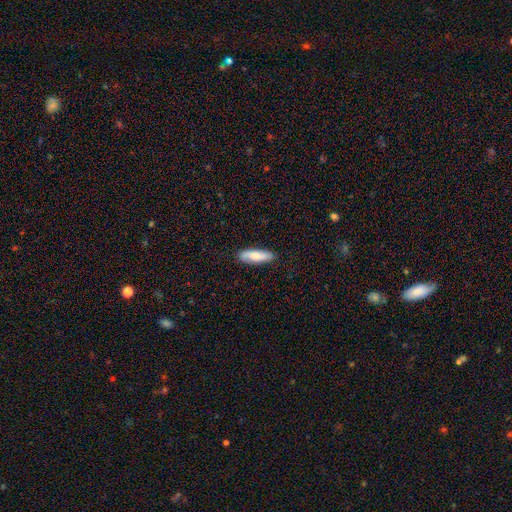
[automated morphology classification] smooth-or-featured: smooth: 73% | featured or disk: 22% | star or artifact: 6%
  how-rounded: cigar-shaped: 53% | in between: 45% | round: 2%
  merging: none: 86% | minor disturbance: 11% | major disturbance: 2% | merger: 1%